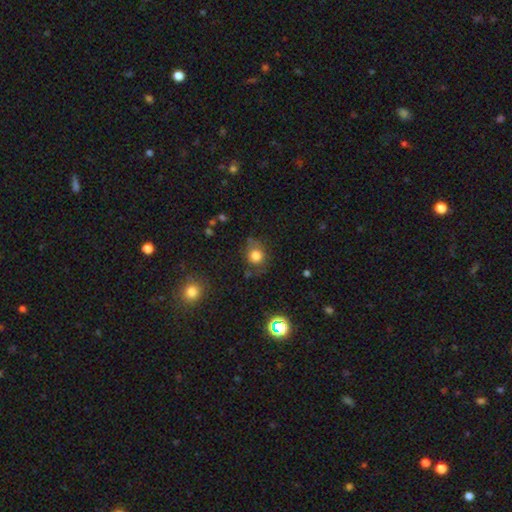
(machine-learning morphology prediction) This appears to be a smooth galaxy with no disk features (78%) that is round (82%). Merging: none (69%).